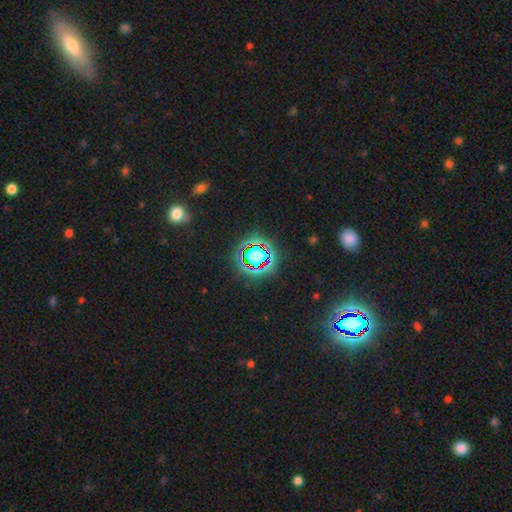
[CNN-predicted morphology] A star or artifact, not a galaxy (68%).

Vote fractions:
- Smooth or featured? star or artifact: 68% / smooth: 21% / featured or disk: 11%